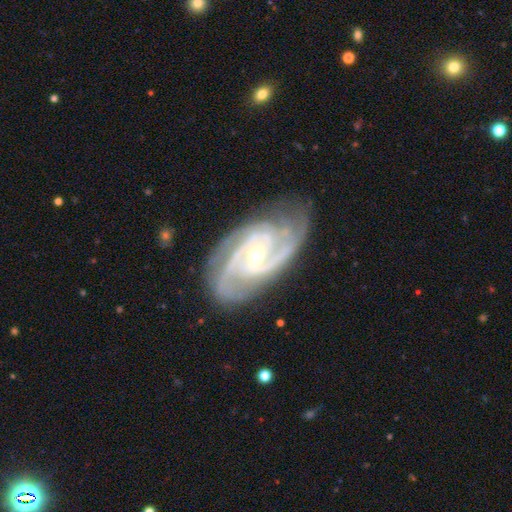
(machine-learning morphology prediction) This appears to be a featured or disk galaxy (92%) with a weak bar (46%), 2 (50%) medium (46%, tied with tight) spiral arms (98%) and a small central bulge (65%). Merging: none (75%).